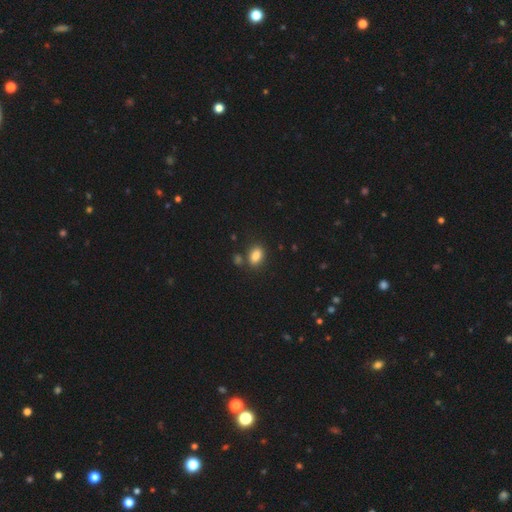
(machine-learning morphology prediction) A smooth galaxy with no disk features (85%) that is in between round and cigar-shaped (83%). Merging: none (76%).